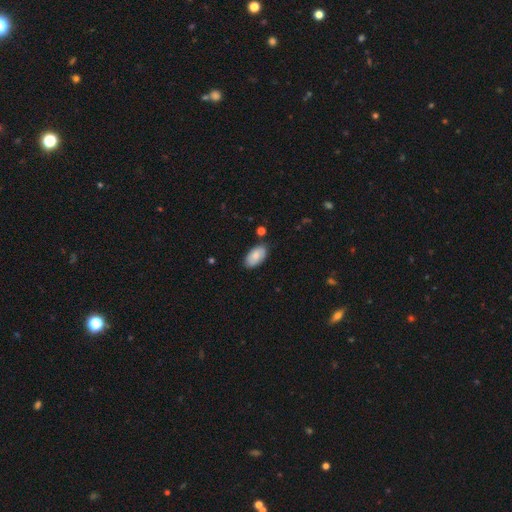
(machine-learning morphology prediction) The model was most divided on "merging": none: 83%, minor disturbance: 12%, major disturbance: 2%, merger: 2%. More confident: how rounded — in between (95%); smooth or featured — smooth (83%).